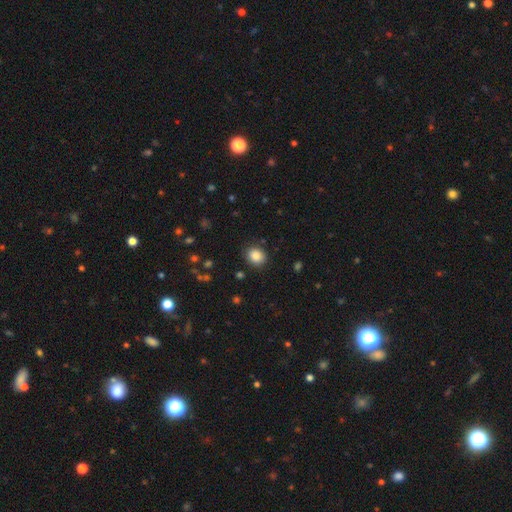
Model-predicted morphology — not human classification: smooth-or-featured: smooth: 86% | star or artifact: 10% | featured or disk: 5%
  how-rounded: round: 70% | in between: 30% | cigar-shaped: 1%
  merging: none: 88% | minor disturbance: 8% | major disturbance: 3% | merger: 1%